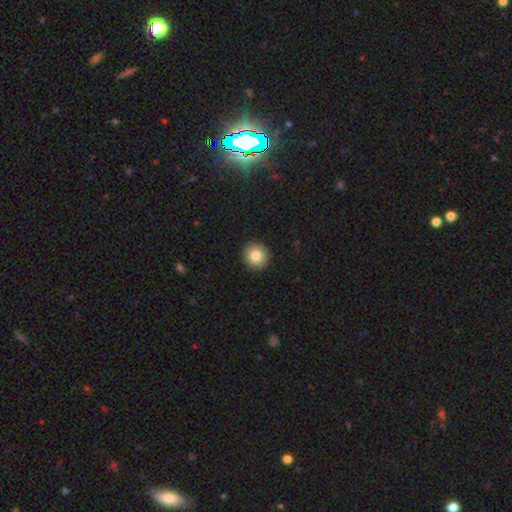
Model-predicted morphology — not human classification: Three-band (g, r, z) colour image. It shows a smooth galaxy with no disk features (82%) that is round (93%). Merging: none (93%).